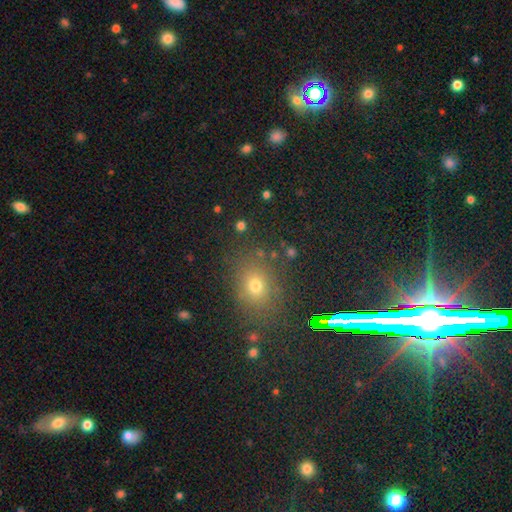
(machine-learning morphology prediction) A star or artifact, not a galaxy (44%).

Vote fractions:
- Smooth or featured? star or artifact: 44% / smooth: 41% / featured or disk: 15%